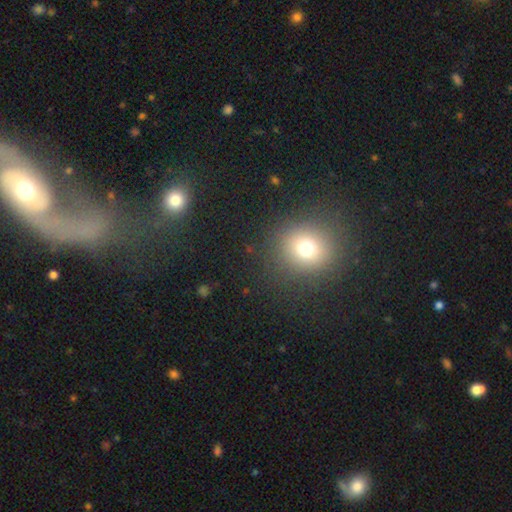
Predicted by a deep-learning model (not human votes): This appears to be a smooth galaxy with no disk features (61%) that is round (87%). Merging: none (79%).